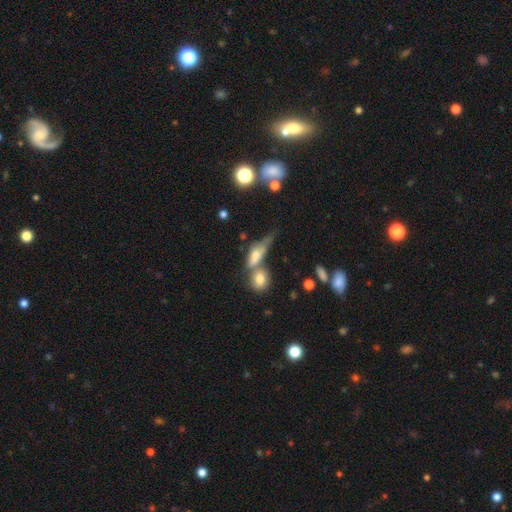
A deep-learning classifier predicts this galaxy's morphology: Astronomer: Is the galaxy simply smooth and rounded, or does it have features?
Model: smooth — 58%.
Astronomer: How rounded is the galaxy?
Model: in between — 60%.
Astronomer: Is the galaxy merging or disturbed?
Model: merger — 46% (runner-up: none, 23%).